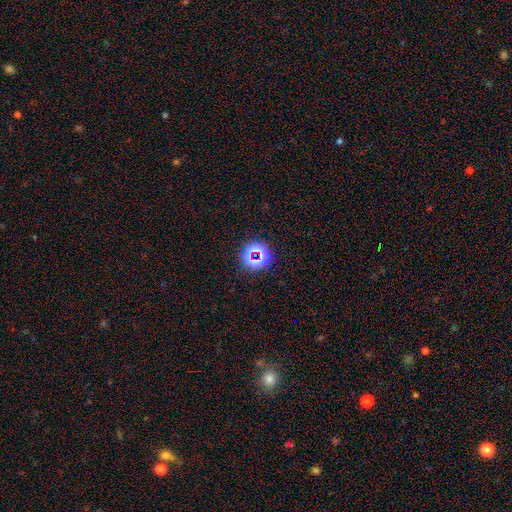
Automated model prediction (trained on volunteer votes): Smooth or featured: star or artifact — 59% (smooth — 30%)